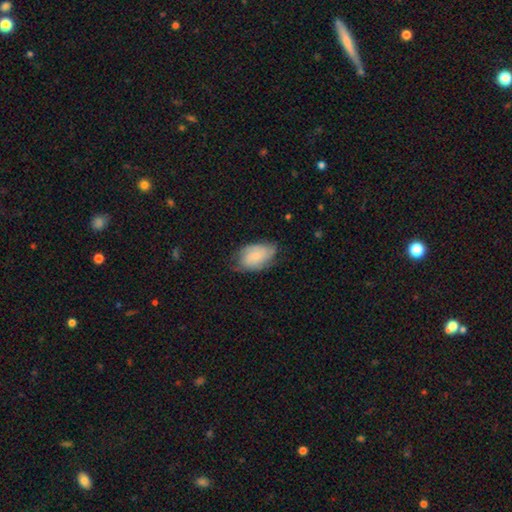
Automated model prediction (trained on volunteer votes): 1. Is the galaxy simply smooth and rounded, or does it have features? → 56% smooth, 37% featured or disk, 7% star or artifact.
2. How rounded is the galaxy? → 89% in between, 9% round, 2% cigar-shaped.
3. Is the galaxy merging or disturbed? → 56% none, 34% minor disturbance, 9% major disturbance, 1% merger.